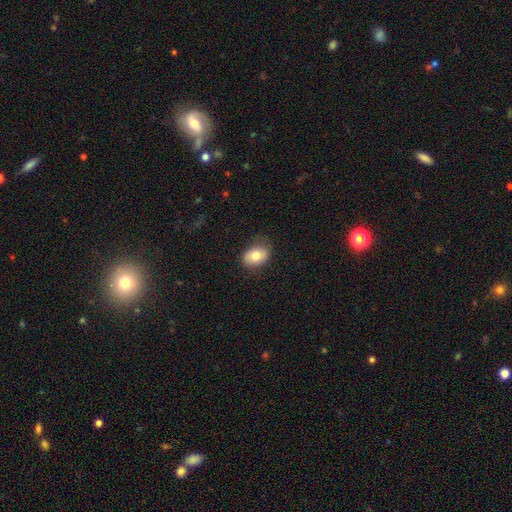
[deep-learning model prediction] smooth_or_featured: smooth (p=0.76) [alt: featured or disk p=0.16]
how_rounded: in between (p=0.77) [alt: round p=0.22]
merging: none (p=0.76) [alt: minor disturbance p=0.18]